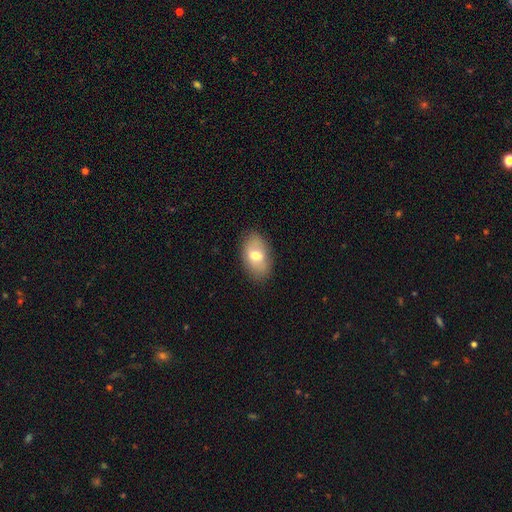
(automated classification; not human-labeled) A smooth galaxy with no disk features (65%) that is in between round and cigar-shaped (89%). Merging: none (83%).